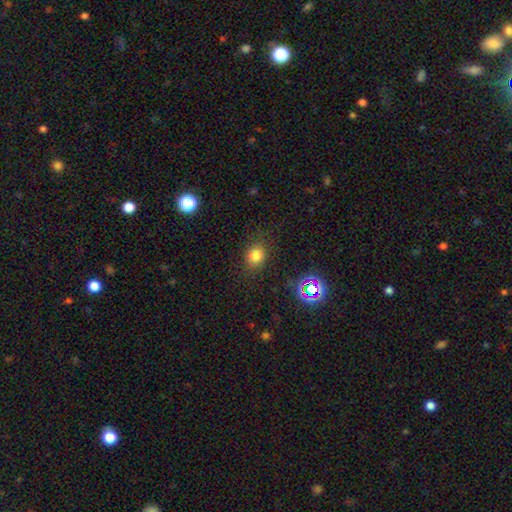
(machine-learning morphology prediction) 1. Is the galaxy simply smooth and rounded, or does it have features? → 77% smooth, 16% star or artifact, 7% featured or disk.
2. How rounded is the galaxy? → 59% round, 40% in between, 1% cigar-shaped.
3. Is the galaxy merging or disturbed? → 82% none, 12% minor disturbance, 4% major disturbance, 2% merger.